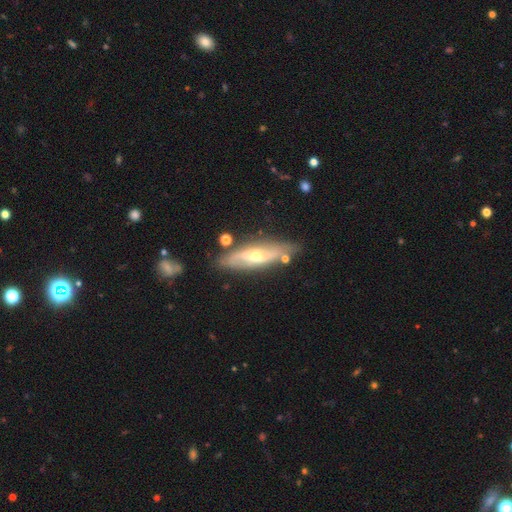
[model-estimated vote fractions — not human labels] Morphology: type=featured or disk (70%); edge-on=no (63%); merging=none (74%).